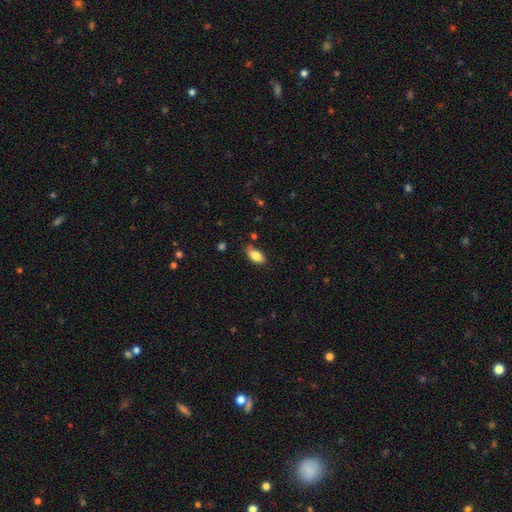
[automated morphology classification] Q: Smooth or featured?
A: smooth (82%); runner-up: featured or disk (11%)
Q: How rounded?
A: in between (89%); runner-up: cigar-shaped (8%)
Q: Merging?
A: none (74%); runner-up: minor disturbance (20%)